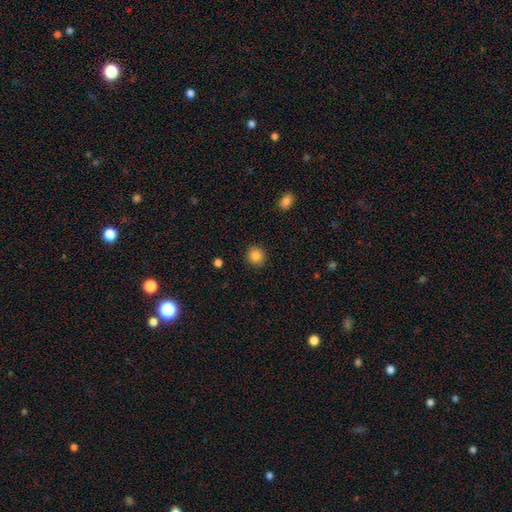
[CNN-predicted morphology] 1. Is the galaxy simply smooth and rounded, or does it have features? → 86% smooth, 9% star or artifact, 4% featured or disk.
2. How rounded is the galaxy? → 89% round, 10% in between, 1% cigar-shaped.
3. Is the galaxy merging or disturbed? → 91% none, 6% minor disturbance, 2% major disturbance, 1% merger.